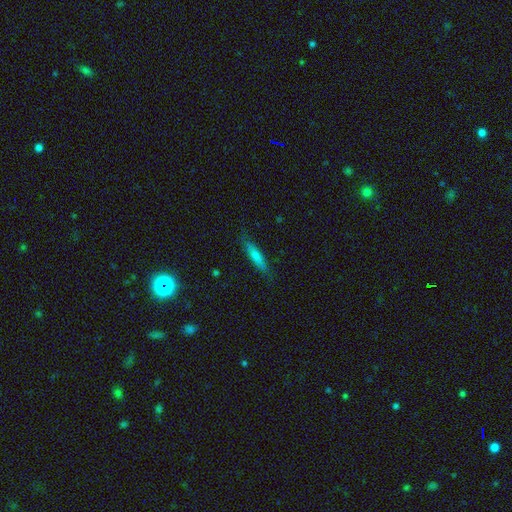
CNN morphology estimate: smooth 64%, featured or disk 28%, star or artifact 8%. Down the decision tree: how rounded — cigar-shaped (86%); merging — none (84%).